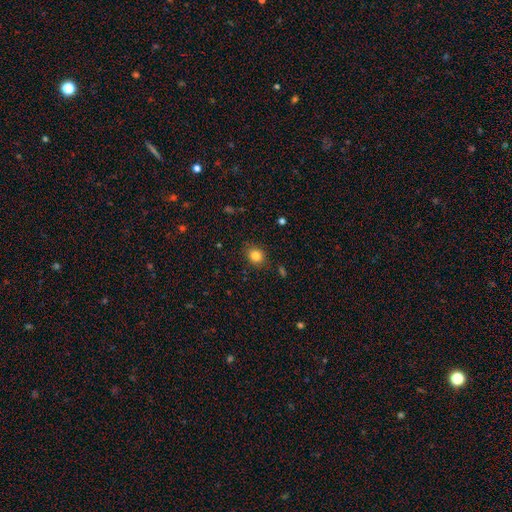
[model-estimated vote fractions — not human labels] Smooth or featured? Predicted: smooth (p=0.83). How rounded? Predicted: round (p=0.69). Merging? Predicted: none (p=0.86).